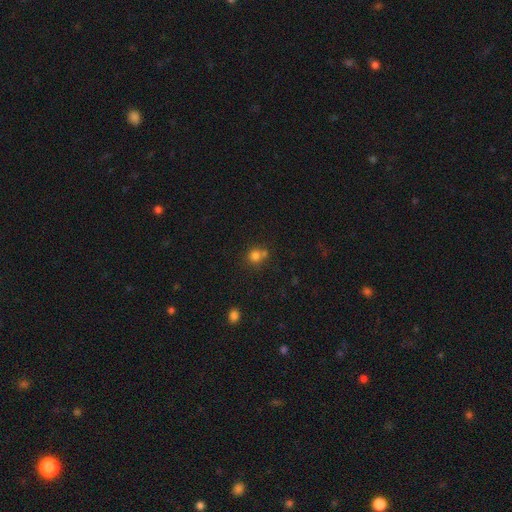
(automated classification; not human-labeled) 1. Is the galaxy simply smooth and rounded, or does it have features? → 78% smooth, 14% star or artifact, 8% featured or disk.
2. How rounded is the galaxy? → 86% round, 13% in between, 1% cigar-shaped.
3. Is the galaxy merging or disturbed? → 56% none, 31% merger, 10% minor disturbance, 4% major disturbance.